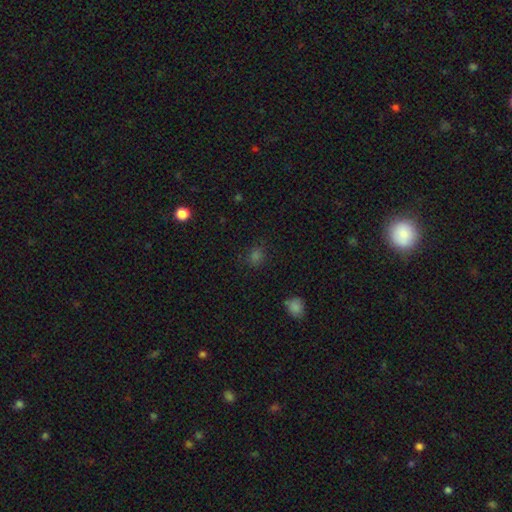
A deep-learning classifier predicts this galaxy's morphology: smooth-or-featured: smooth: 68% | star or artifact: 27% | featured or disk: 5%
  how-rounded: round: 67% | in between: 32% | cigar-shaped: 1%
  merging: none: 80% | minor disturbance: 13% | major disturbance: 4% | merger: 3%